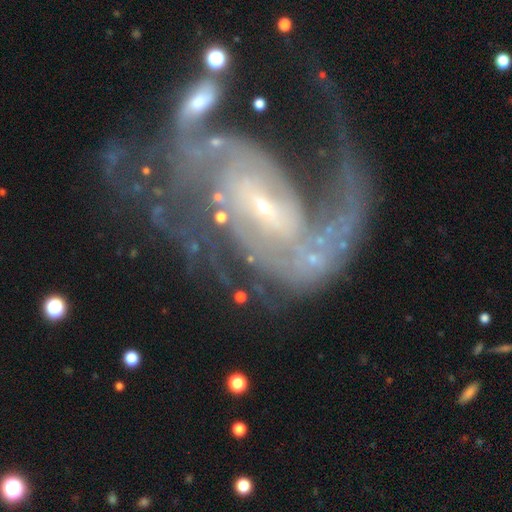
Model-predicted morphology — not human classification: Overall: featured or disk (89%). Edge-on disk: no (97%). Bar: weak (41%; strong 36%). Spiral arms: yes (94%). Spiral arm count: 2 (64%). Spiral winding: medium (40%; loose 37%). Bulge size: small (81%). Merging: none (46%; major disturbance 28%).